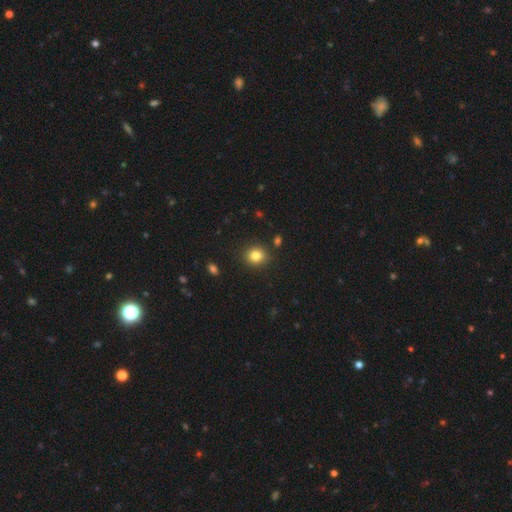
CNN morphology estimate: Smooth or featured?
  - smooth: 82% *
  - star or artifact: 11%
  - featured or disk: 7%
How rounded?
  - round: 77% *
  - in between: 22%
  - cigar-shaped: 1%
Merging?
  - none: 88% *
  - minor disturbance: 8%
  - merger: 2%
  - major disturbance: 2%